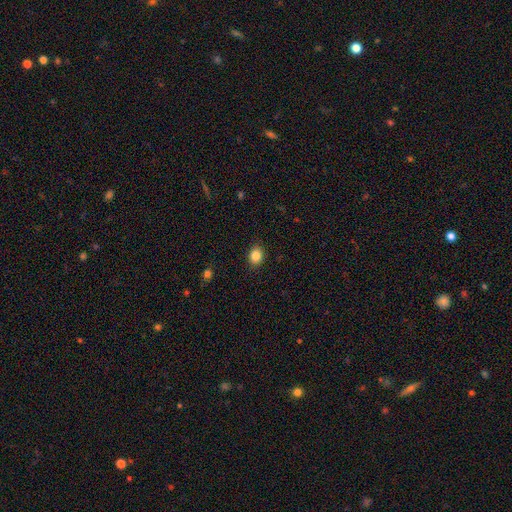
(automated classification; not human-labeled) Smooth or featured? Predicted: smooth (p=0.85). How rounded? Predicted: round (p=0.52). Merging? Predicted: none (p=0.89).